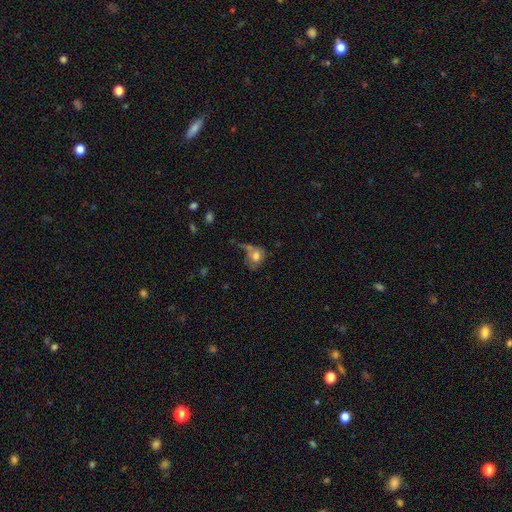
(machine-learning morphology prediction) type=smooth (69%); roundness=round (56%); merging=none (33%).